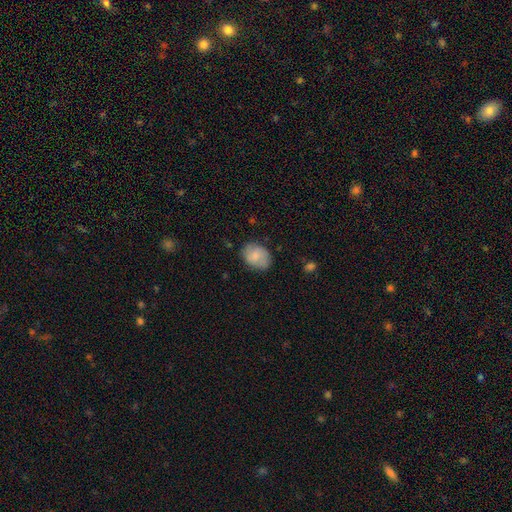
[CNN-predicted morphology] Smooth or featured: smooth — 74% (featured or disk — 19%)
How rounded: in between — 64% (round — 35%)
Merging: none — 76% (minor disturbance — 18%)